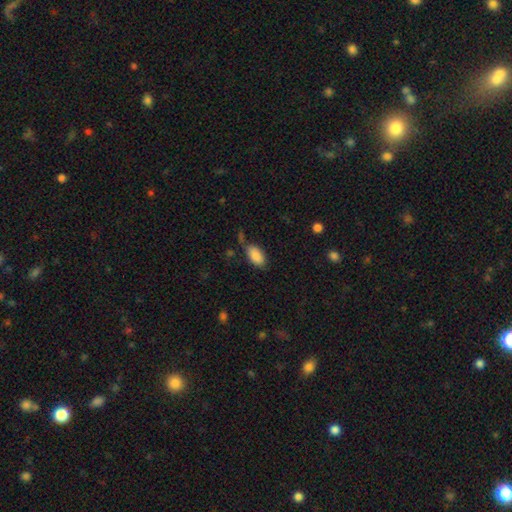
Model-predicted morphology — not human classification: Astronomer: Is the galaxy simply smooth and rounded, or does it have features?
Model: smooth — 88%.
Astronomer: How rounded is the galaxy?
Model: in between — 94%.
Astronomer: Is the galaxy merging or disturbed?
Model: none — 68%.